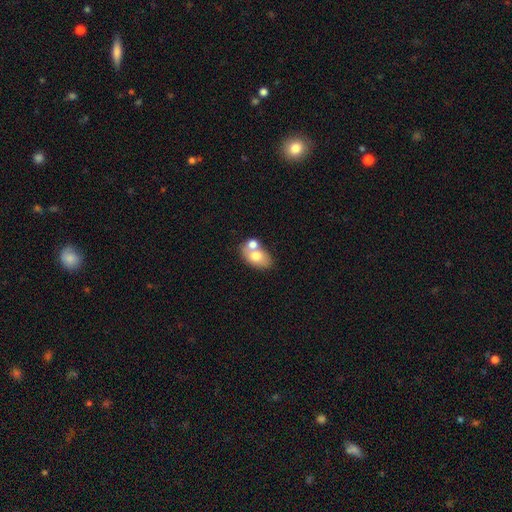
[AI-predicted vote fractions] This is likely a smooth galaxy (69%). How rounded: clearly in between (84%). Merging: marginally merger (42%).